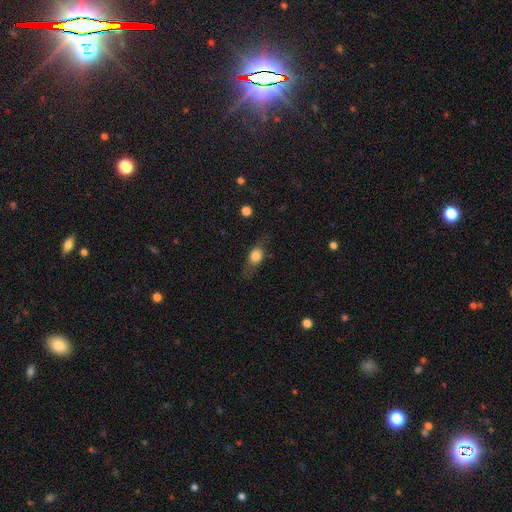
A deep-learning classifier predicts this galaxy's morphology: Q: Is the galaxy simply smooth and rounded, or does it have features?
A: smooth — 64%.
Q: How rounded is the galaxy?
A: in between — 57%.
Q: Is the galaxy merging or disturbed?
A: none — 68%.